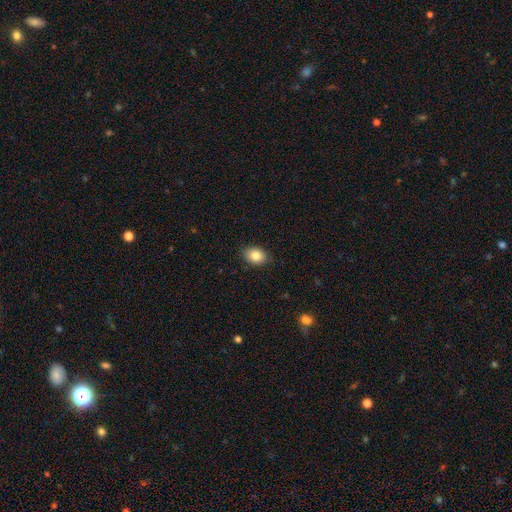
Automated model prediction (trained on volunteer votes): Morphology: type=smooth (84%); roundness=in between (70%); merging=none (87%).